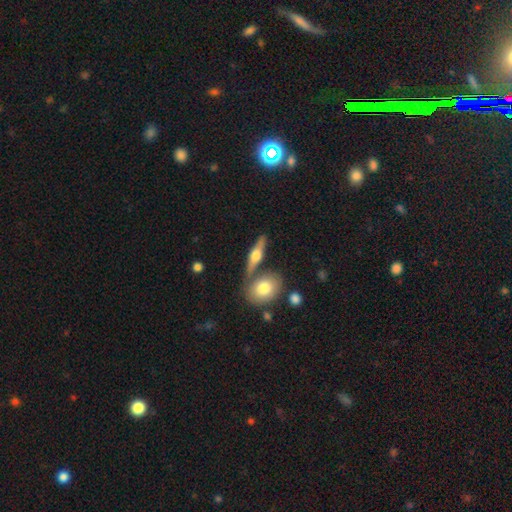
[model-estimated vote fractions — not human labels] A featured or disk galaxy (58%) viewed edge-on (92%) with a rounded central bulge (94%).

Vote fractions:
- Smooth or featured? featured or disk: 58% / smooth: 36% / star or artifact: 6%
- Edge-on disk? yes: 92% / no: 8%
- Edge-on bulge? rounded: 94% / boxy: 4% / none: 2%
- Merging? none: 71% / merger: 14% / minor disturbance: 11% / major disturbance: 3%